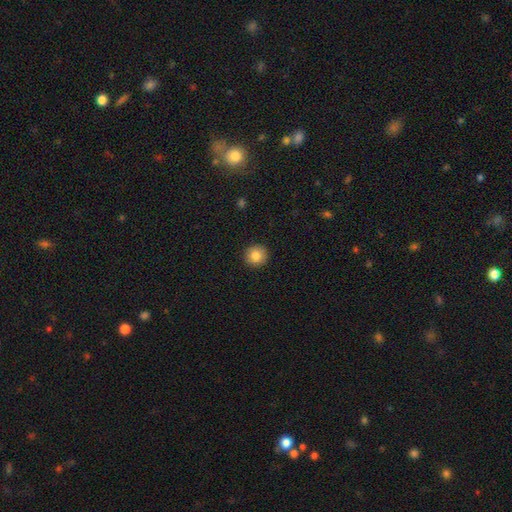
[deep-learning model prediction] Q: Smooth or featured?
A: smooth (83%); runner-up: star or artifact (9%)
Q: How rounded?
A: round (94%); runner-up: in between (5%)
Q: Merging?
A: none (92%); runner-up: minor disturbance (5%)